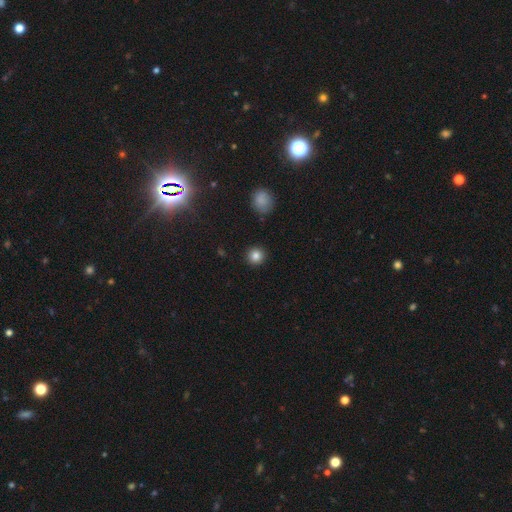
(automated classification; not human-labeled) The model was most divided on "smooth or featured": smooth: 83%, star or artifact: 11%, featured or disk: 5%. More confident: how rounded — round (94%); merging — none (92%).